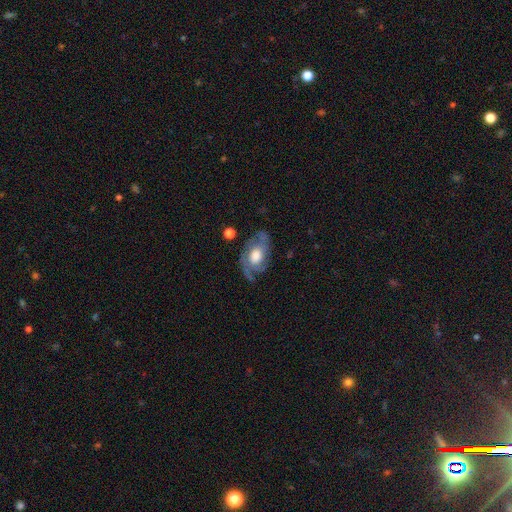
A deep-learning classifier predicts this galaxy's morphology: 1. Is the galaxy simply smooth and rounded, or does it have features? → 72% featured or disk, 22% smooth, 6% star or artifact.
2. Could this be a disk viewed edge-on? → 95% no, 5% yes.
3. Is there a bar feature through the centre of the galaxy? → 77% no, 20% weak, 3% strong.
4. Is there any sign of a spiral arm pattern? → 83% yes, 17% no.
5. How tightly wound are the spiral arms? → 43% medium, 37% tight, 20% loose.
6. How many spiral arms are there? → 53% 2, 23% can't tell, 11% 3, 7% 1, 3% 4, 3% more than 4.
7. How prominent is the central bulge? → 55% large, 32% moderate, 5% dominant, 4% small, 3% none.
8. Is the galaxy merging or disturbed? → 60% none, 25% minor disturbance, 13% major disturbance, 2% merger.